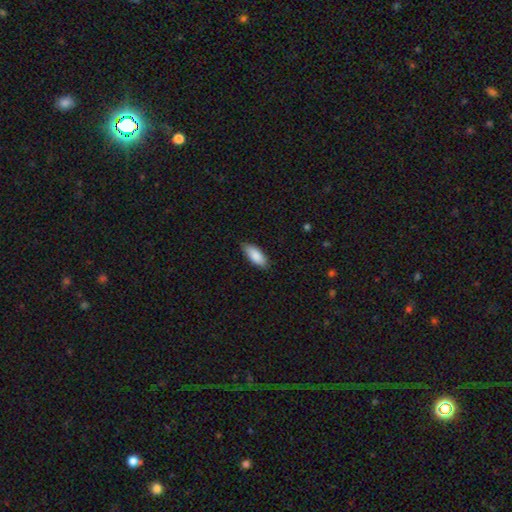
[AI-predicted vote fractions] smooth_or_featured: smooth (p=0.87) [alt: featured or disk p=0.07]
how_rounded: in between (p=0.81) [alt: cigar-shaped p=0.17]
merging: none (p=0.82) [alt: minor disturbance p=0.14]